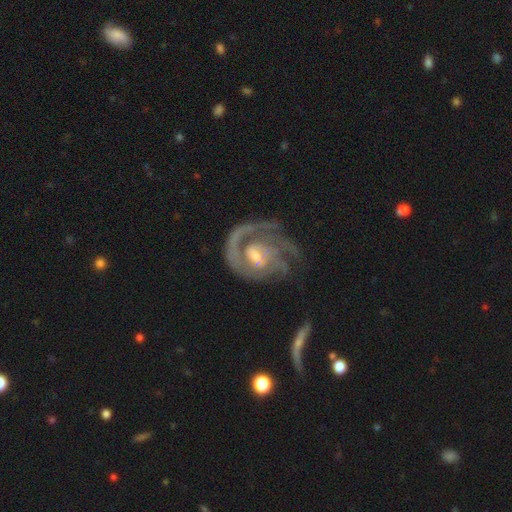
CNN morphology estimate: A featured or disk galaxy (88%) with a weak bar (50%), tight (48%) spiral arms (94%) and a small central bulge (46%). Merging: none (50%).